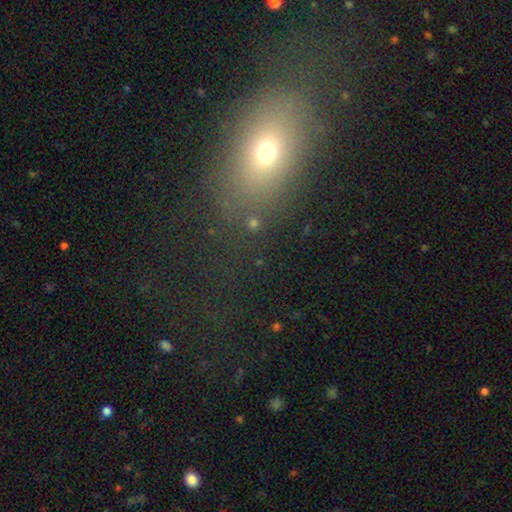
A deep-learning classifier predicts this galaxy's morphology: smooth 60%, star or artifact 23%, featured or disk 17%. Down the decision tree: how rounded — in between (66%); merging — none (67%).